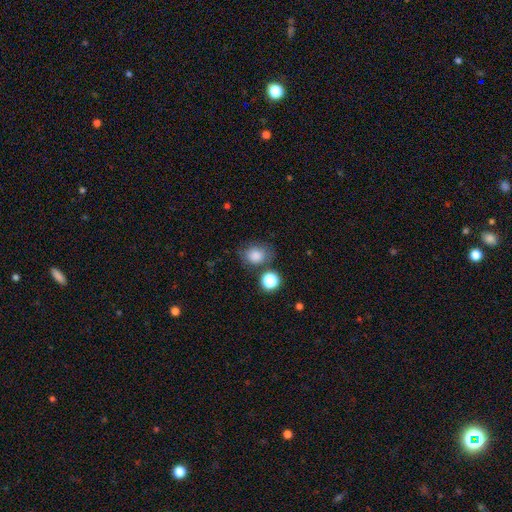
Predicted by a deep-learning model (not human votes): A smooth galaxy with no disk features (82%) that is round (63%).

Vote fractions:
- Smooth or featured? smooth: 82% / star or artifact: 11% / featured or disk: 7%
- How rounded? round: 63% / in between: 36% / cigar-shaped: 1%
- Merging? none: 66% / minor disturbance: 17% / merger: 10% / major disturbance: 7%